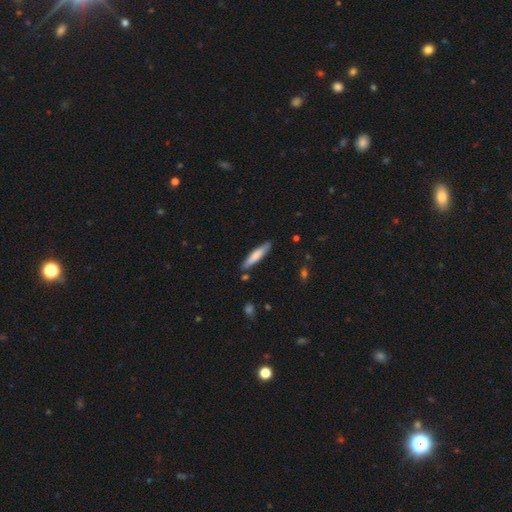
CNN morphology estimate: type=smooth (73%); roundness=cigar-shaped (88%); merging=none (85%).